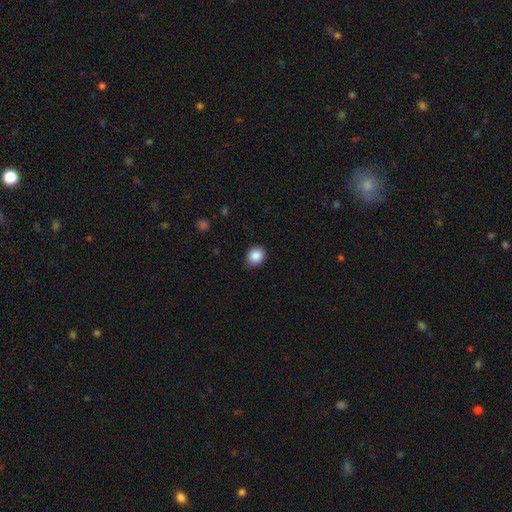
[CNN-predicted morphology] smooth_or_featured: smooth (p=0.88) [alt: star or artifact p=0.09]
how_rounded: round (p=0.75) [alt: in between p=0.24]
merging: none (p=0.83) [alt: minor disturbance p=0.13]